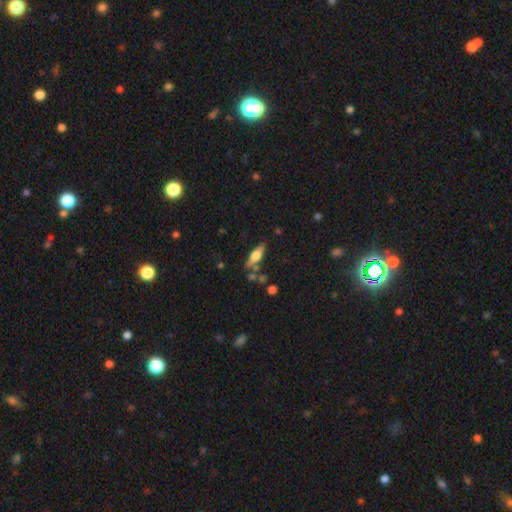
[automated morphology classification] smooth_or_featured: smooth (p=0.48) [alt: featured or disk p=0.44]
merging: none (p=0.67) [alt: minor disturbance p=0.17]